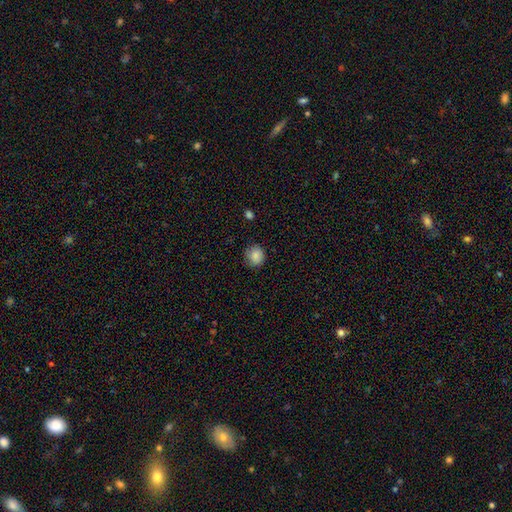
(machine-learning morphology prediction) smooth_or_featured: smooth (p=0.86) [alt: star or artifact p=0.09]
how_rounded: round (p=0.84) [alt: in between p=0.15]
merging: none (p=0.82) [alt: minor disturbance p=0.14]